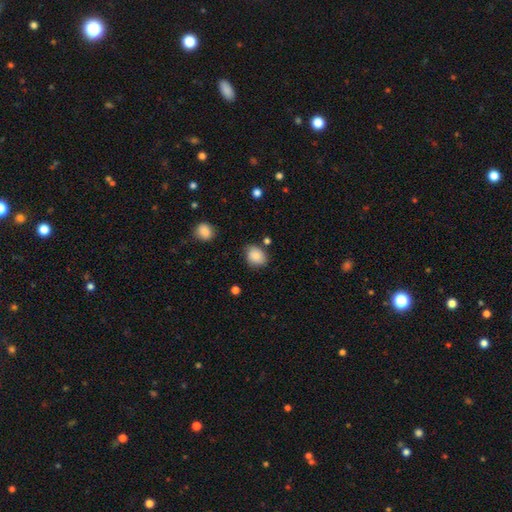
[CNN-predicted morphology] This appears to be a smooth galaxy with no disk features (86%) that is round (58%). Merging: none (70%).